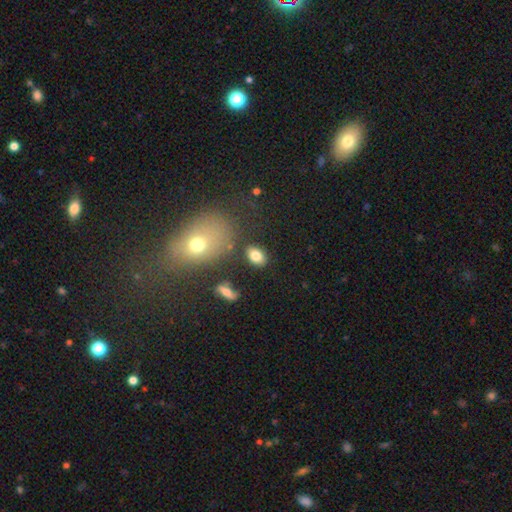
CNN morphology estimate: smooth 80%, star or artifact 10%, featured or disk 10%. Down the decision tree: how rounded — in between (80%); merging — none (79%).